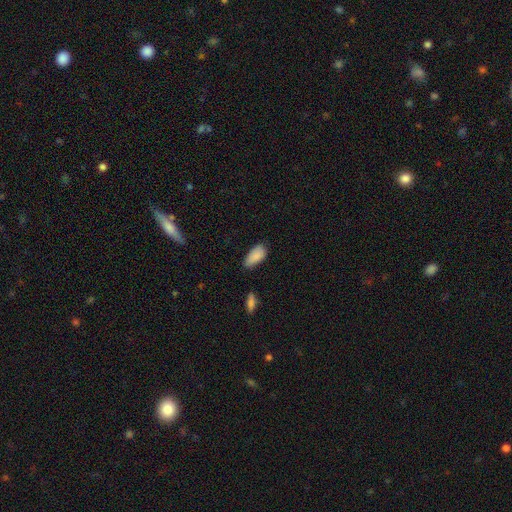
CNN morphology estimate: Q: Smooth or featured?
A: smooth (87%); runner-up: star or artifact (8%)
Q: How rounded?
A: in between (92%); runner-up: cigar-shaped (6%)
Q: Merging?
A: none (60%); runner-up: minor disturbance (32%)